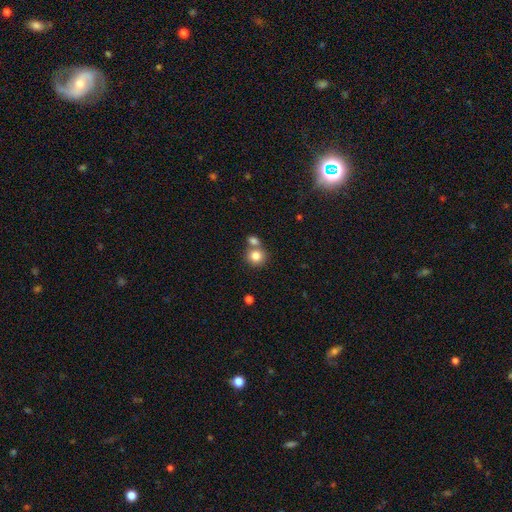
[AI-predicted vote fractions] Smooth or featured? smooth (81%)
How rounded? round (86%)
Merging? none (53%)